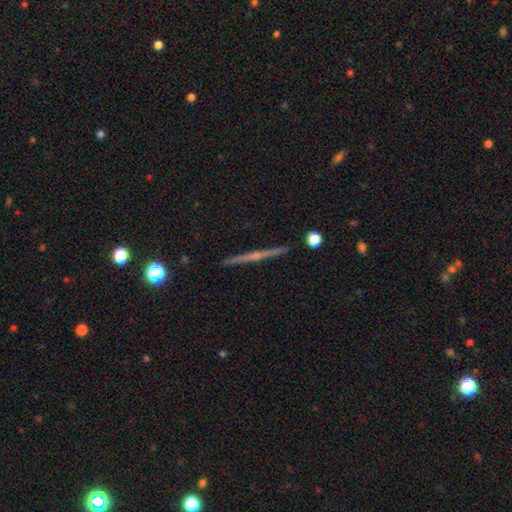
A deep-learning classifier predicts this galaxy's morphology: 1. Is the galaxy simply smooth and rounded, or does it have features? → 74% featured or disk, 19% smooth, 7% star or artifact.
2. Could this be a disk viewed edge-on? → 98% yes, 2% no.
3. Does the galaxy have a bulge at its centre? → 60% rounded, 33% none, 7% boxy.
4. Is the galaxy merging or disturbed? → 92% none, 5% minor disturbance, 1% merger, 1% major disturbance.